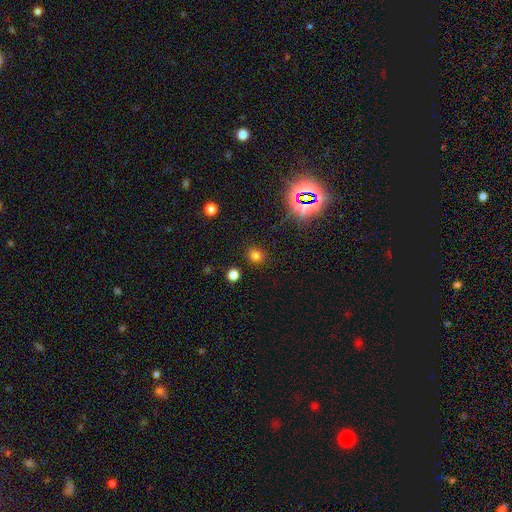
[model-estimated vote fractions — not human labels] The model was most divided on "smooth or featured": smooth: 73%, star or artifact: 21%, featured or disk: 6%. More confident: merging — none (87%); how rounded — round (85%).